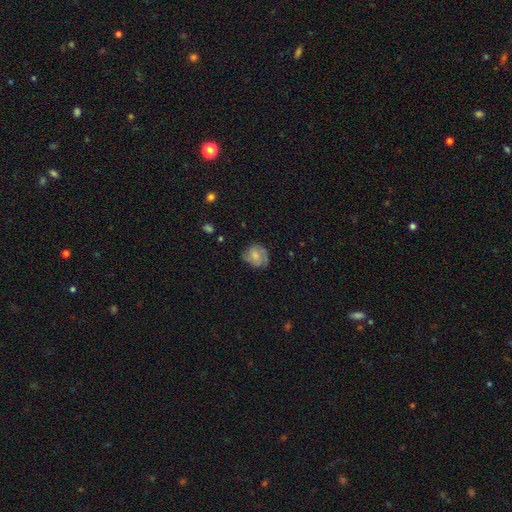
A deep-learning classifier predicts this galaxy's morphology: A smooth galaxy with no disk features (54%) that is round (61%).

Vote fractions:
- Smooth or featured? smooth: 54% / featured or disk: 38% / star or artifact: 8%
- How rounded? round: 61% / in between: 38% / cigar-shaped: 1%
- Merging? none: 62% / minor disturbance: 27% / major disturbance: 9% / merger: 1%